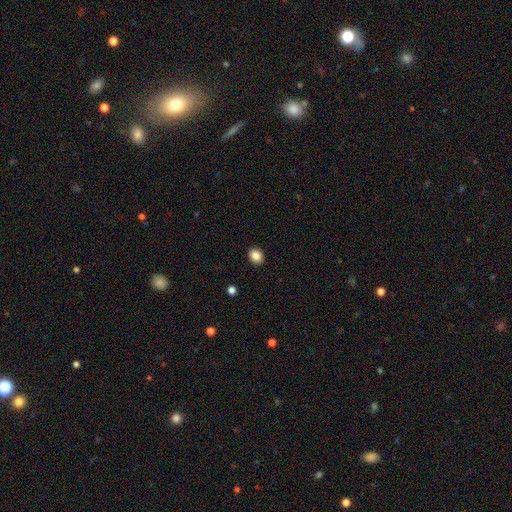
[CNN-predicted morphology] Smooth or featured? Predicted: smooth (p=0.86). How rounded? Predicted: round (p=0.66). Merging? Predicted: none (p=0.92).